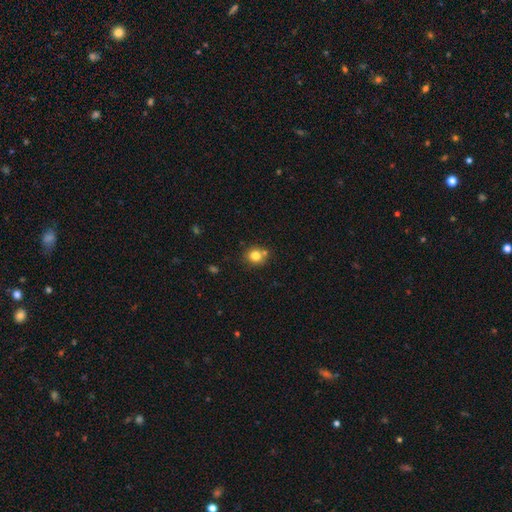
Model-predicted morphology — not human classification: The model was most divided on "merging": none: 67%, merger: 18%, minor disturbance: 11%, major disturbance: 3%. More confident: smooth or featured — smooth (80%); how rounded — round (79%).